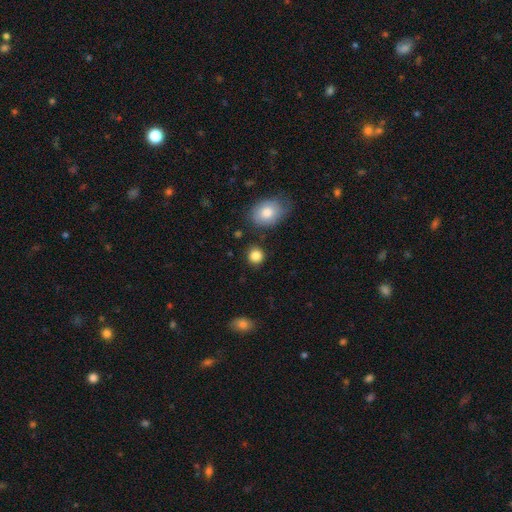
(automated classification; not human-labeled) Smooth or featured? smooth (86%)
How rounded? round (87%)
Merging? none (84%)